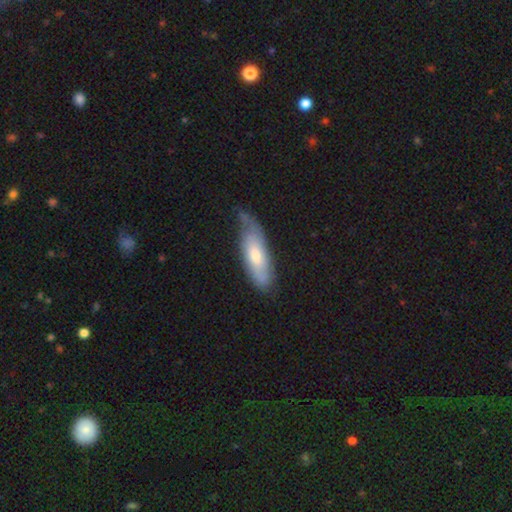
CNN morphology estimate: This appears to be a smooth galaxy with no disk features (54%) that is in between round and cigar-shaped (61%). Merging: none (52%).